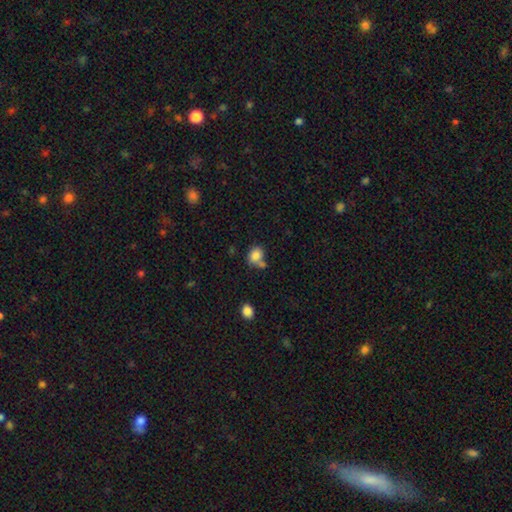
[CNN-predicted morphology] smooth_or_featured: smooth (p=0.83) [alt: star or artifact p=0.10]
how_rounded: in between (p=0.52) [alt: round p=0.47]
merging: none (p=0.50) [alt: merger p=0.27]